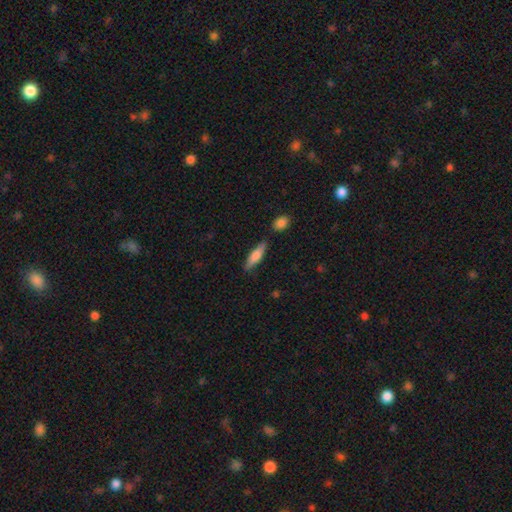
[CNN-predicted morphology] Smooth or featured? smooth (61%)
How rounded? cigar-shaped (68%)
Merging? none (79%)